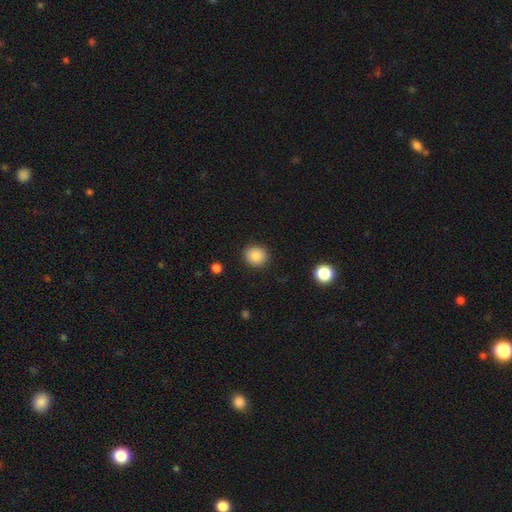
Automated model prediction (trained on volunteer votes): The model was most divided on "how rounded": round: 85%, in between: 14%, cigar-shaped: 1%. More confident: merging — none (90%); smooth or featured — smooth (86%).